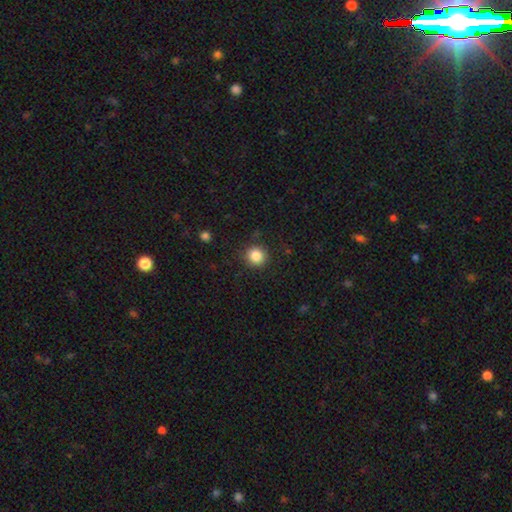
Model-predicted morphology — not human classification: type=smooth (85%); roundness=round (92%); merging=none (89%).